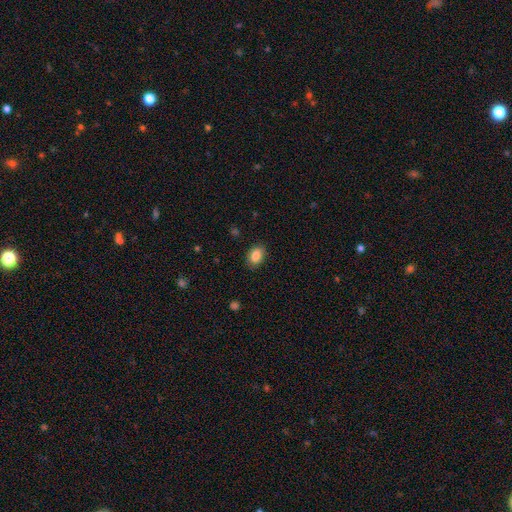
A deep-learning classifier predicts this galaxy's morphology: Smooth or featured? smooth (86%)
How rounded? in between (81%)
Merging? none (87%)